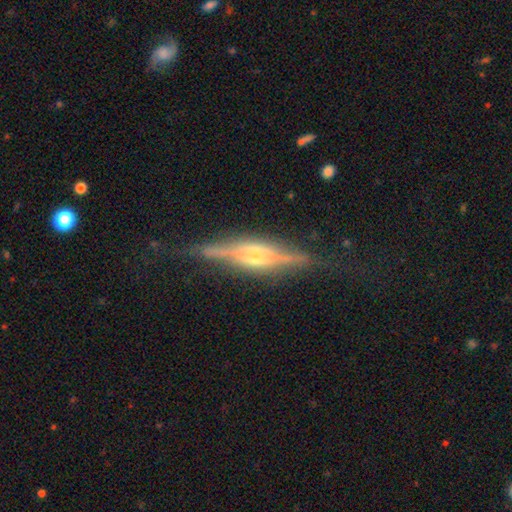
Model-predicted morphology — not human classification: featured or disk 81%, smooth 13%, star or artifact 6%. Down the decision tree: edge-on disk — yes (94%); edge-on bulge — rounded (78%); merging — none (76%).